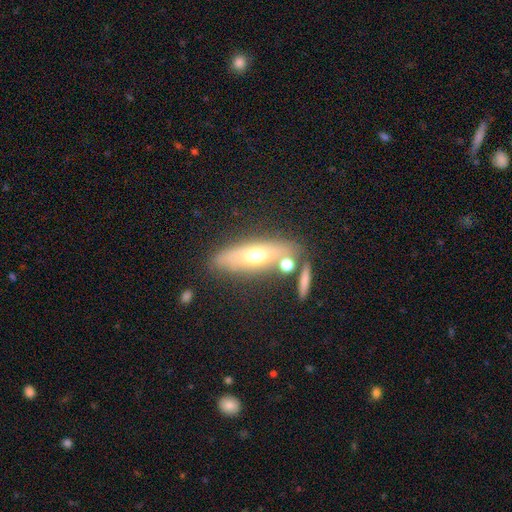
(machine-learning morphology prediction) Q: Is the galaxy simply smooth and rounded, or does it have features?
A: smooth — 47%.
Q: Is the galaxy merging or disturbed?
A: none — 68%.